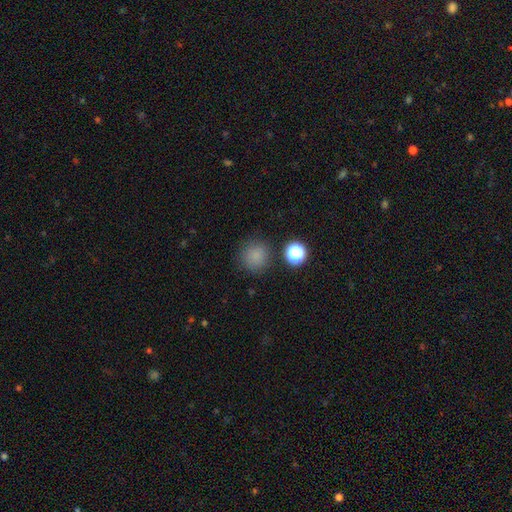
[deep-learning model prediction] A smooth galaxy with no disk features (80%) that is round (92%).

Vote fractions:
- Smooth or featured? smooth: 80% / star or artifact: 15% / featured or disk: 5%
- How rounded? round: 92% / in between: 7% / cigar-shaped: 1%
- Merging? none: 83% / minor disturbance: 10% / major disturbance: 4% / merger: 4%